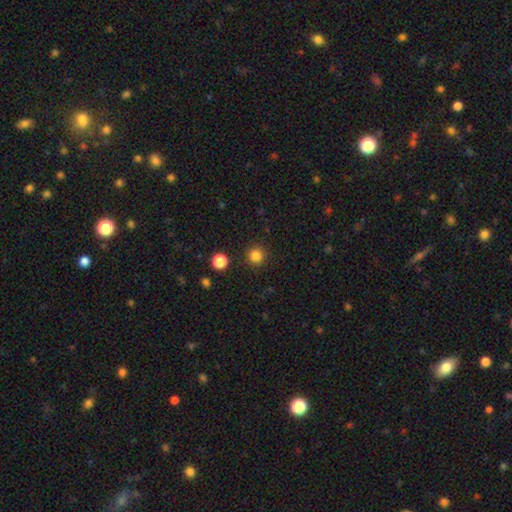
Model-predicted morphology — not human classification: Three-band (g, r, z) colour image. It shows a smooth galaxy with no disk features (84%) that is round (95%). Merging: none (91%).